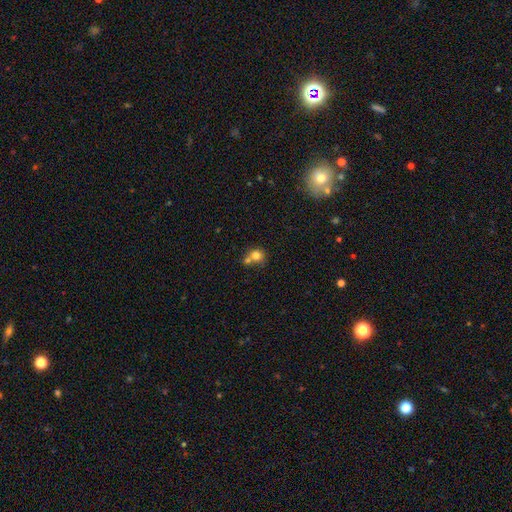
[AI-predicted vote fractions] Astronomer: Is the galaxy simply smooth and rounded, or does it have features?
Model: smooth — 77%.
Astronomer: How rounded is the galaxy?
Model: round — 82%.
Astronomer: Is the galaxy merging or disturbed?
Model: merger — 47% (runner-up: none, 40%).